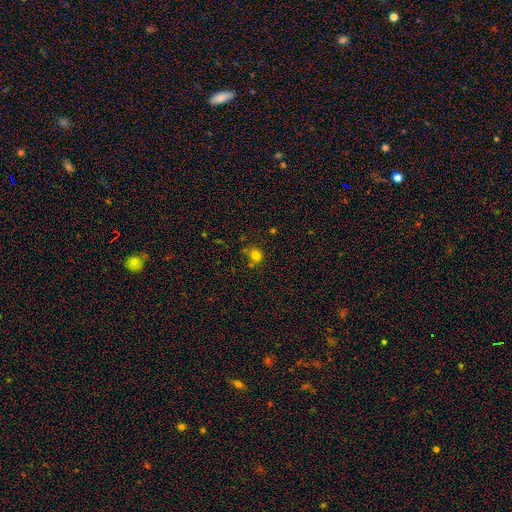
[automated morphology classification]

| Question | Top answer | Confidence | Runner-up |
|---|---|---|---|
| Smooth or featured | smooth | 79% | star or artifact (15%) |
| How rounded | round | 82% | in between (17%) |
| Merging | none | 63% | minor disturbance (18%) |